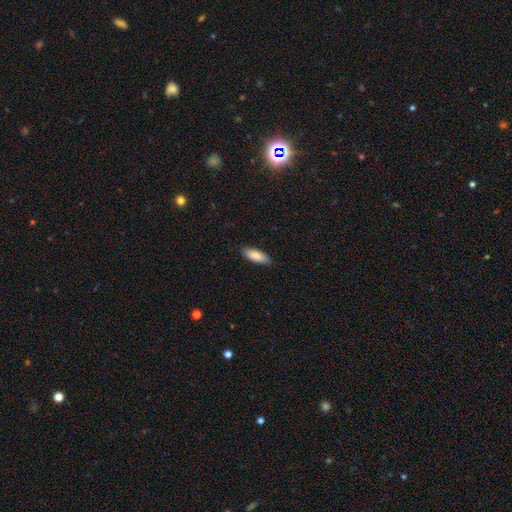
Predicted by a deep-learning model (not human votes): Smooth or featured? smooth (87%)
How rounded? in between (63%)
Merging? none (87%)